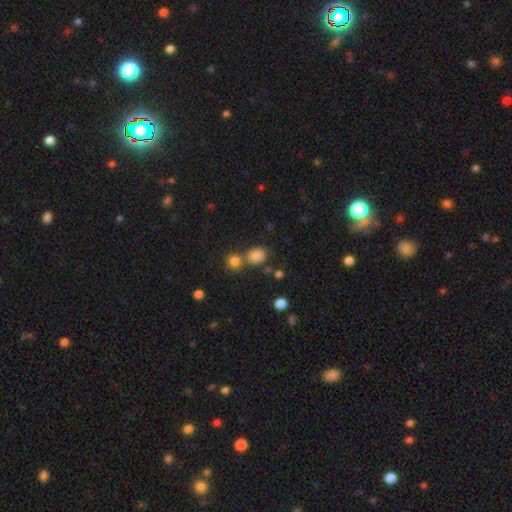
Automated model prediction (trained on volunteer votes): Morphology: type=smooth (82%); roundness=round (57%); merging=none (58%).